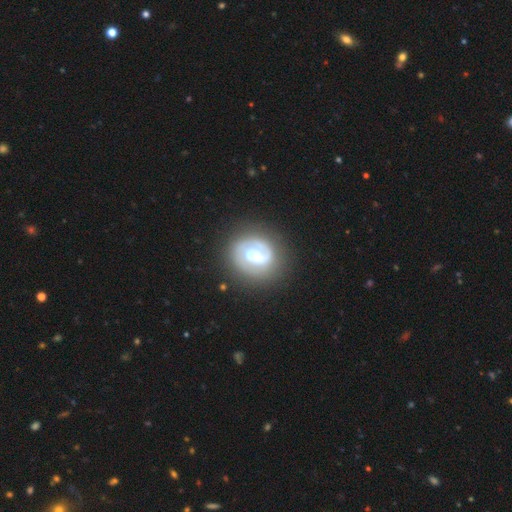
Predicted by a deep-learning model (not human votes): Smooth or featured? Predicted: featured or disk (p=0.77). Edge-on disk? Predicted: no (p=0.98). Bar? Predicted: no (p=0.51). Spiral arms? Predicted: yes (p=0.85). Spiral winding? Predicted: tight (p=0.62). Spiral arm count? Predicted: 1 (p=0.44). Bulge size? Predicted: moderate (p=0.51). Merging? Predicted: none (p=0.73).